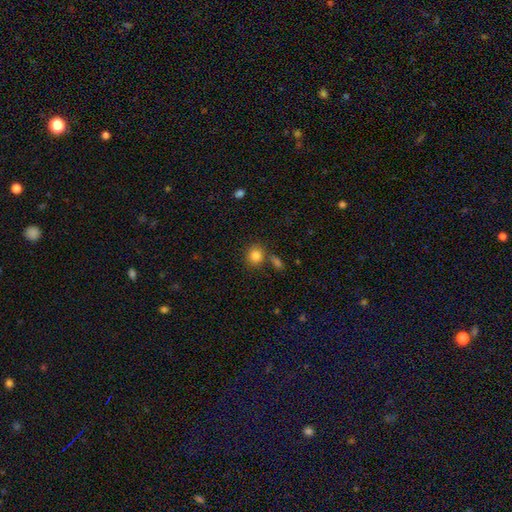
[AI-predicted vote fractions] Q: Smooth or featured?
A: smooth (85%); runner-up: star or artifact (10%)
Q: How rounded?
A: round (80%); runner-up: in between (18%)
Q: Merging?
A: none (70%); runner-up: merger (15%)